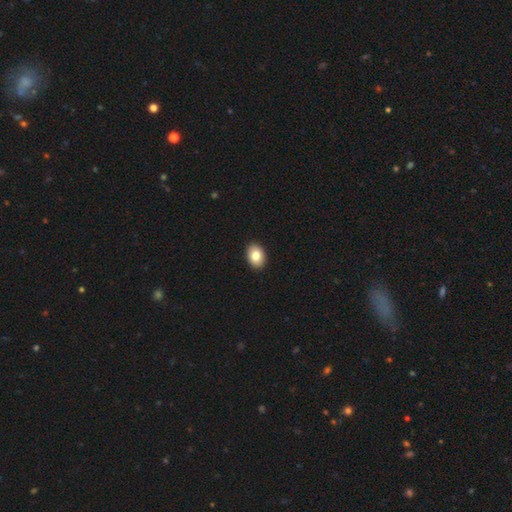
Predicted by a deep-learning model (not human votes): Morphology: type=smooth (83%); roundness=in between (80%); merging=none (92%).